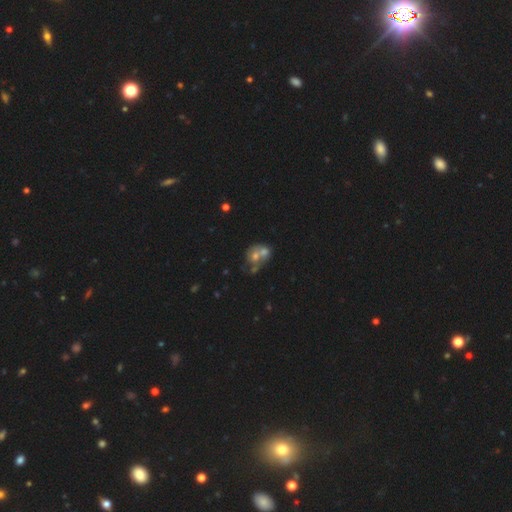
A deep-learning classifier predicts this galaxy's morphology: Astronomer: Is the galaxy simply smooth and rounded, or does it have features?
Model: smooth — 46% (runner-up: featured or disk, 39%).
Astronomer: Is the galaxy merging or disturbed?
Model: merger — 66%.